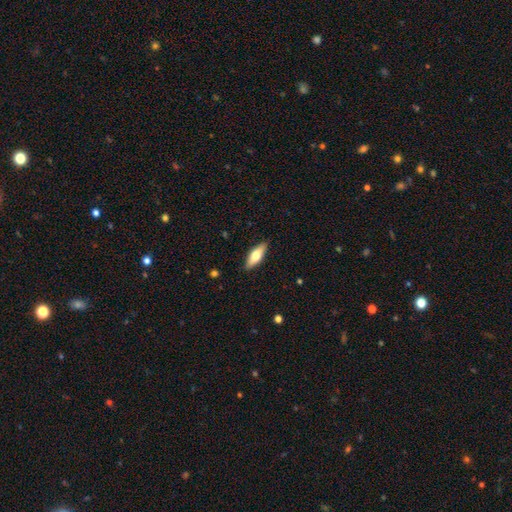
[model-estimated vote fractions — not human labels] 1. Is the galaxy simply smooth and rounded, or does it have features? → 65% smooth, 29% featured or disk, 6% star or artifact.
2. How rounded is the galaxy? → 65% in between, 33% cigar-shaped, 2% round.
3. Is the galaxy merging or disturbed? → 88% none, 9% minor disturbance, 2% major disturbance, 1% merger.